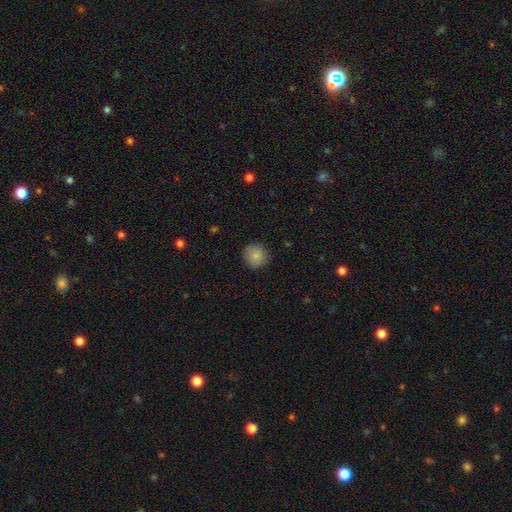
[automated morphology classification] Smooth or featured?
  - smooth: 86% *
  - star or artifact: 8%
  - featured or disk: 6%
How rounded?
  - round: 93% *
  - in between: 6%
  - cigar-shaped: 1%
Merging?
  - none: 88% *
  - minor disturbance: 9%
  - major disturbance: 2%
  - merger: 1%